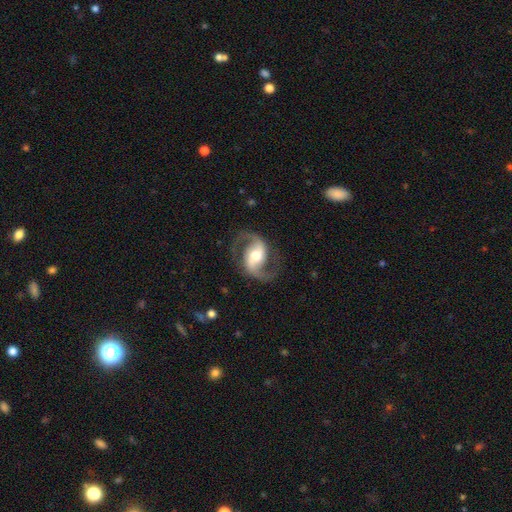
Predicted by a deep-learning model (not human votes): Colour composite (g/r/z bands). It shows a featured or disk galaxy (91%) with a weak bar (39%), 2 (94%) medium (51%) spiral arms (97%) and a moderate central bulge (65%). Merging: none (81%).